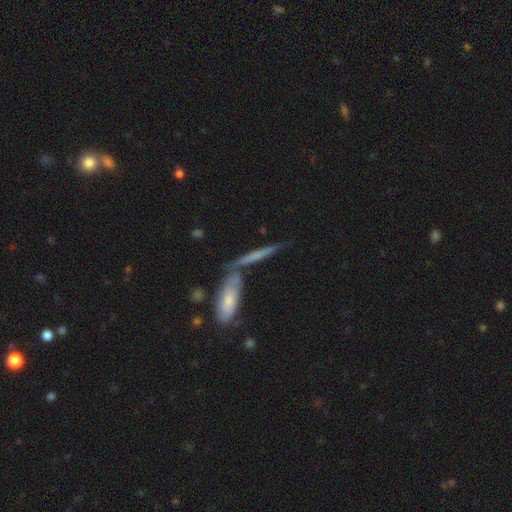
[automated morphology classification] This appears to be a featured or disk galaxy (47%). Merging: none (58%).